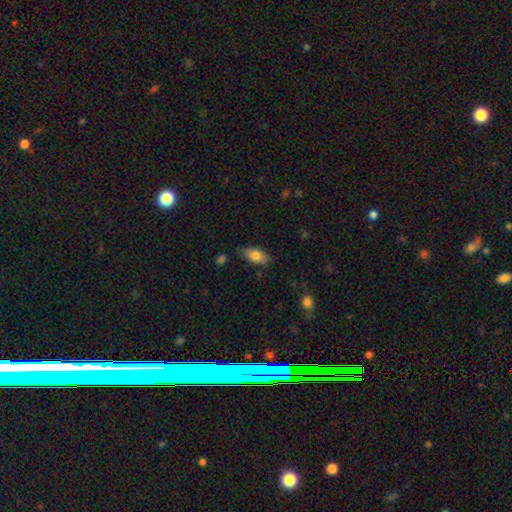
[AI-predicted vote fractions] Q: Smooth or featured?
A: smooth (79%); runner-up: featured or disk (14%)
Q: How rounded?
A: in between (89%); runner-up: cigar-shaped (6%)
Q: Merging?
A: none (79%); runner-up: minor disturbance (16%)